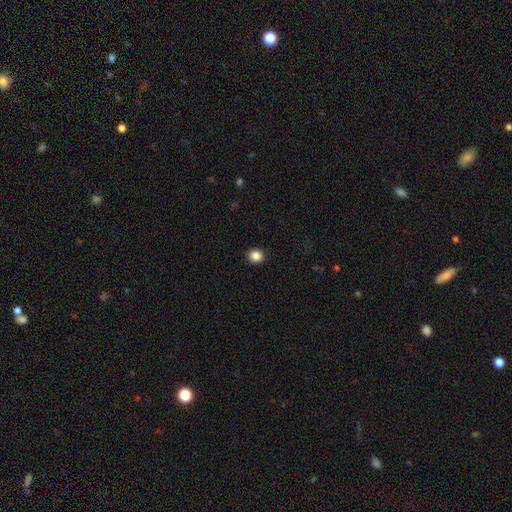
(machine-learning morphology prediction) Smooth or featured? smooth (86%)
How rounded? round (79%)
Merging? none (92%)